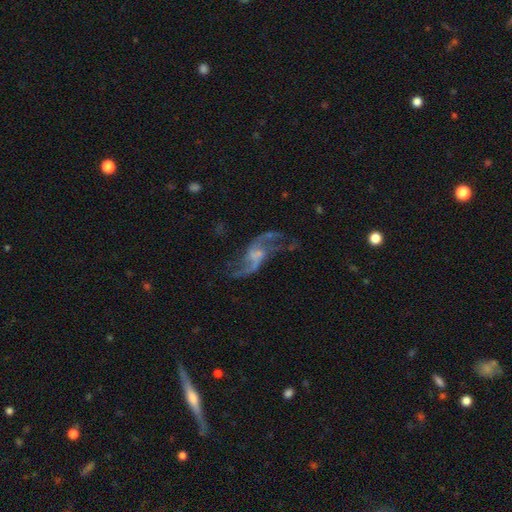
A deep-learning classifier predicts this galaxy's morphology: Q: Smooth or featured?
A: featured or disk (85%); runner-up: smooth (7%)
Q: Edge-on disk?
A: no (96%); runner-up: yes (4%)
Q: Bar?
A: no (48%); runner-up: weak (41%)
Q: Spiral arms?
A: yes (92%); runner-up: no (8%)
Q: Spiral winding?
A: loose (84%); runner-up: medium (13%)
Q: Spiral arm count?
A: 2 (89%); runner-up: can't tell (3%)
Q: Bulge size?
A: small (48%); runner-up: none (33%)
Q: Merging?
A: none (56%); runner-up: major disturbance (21%)